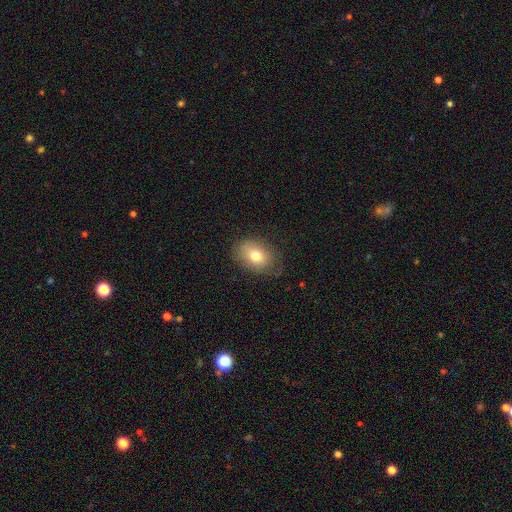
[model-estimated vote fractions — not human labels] smooth 78%, featured or disk 13%, star or artifact 9%. Down the decision tree: how rounded — in between (74%); merging — none (74%).